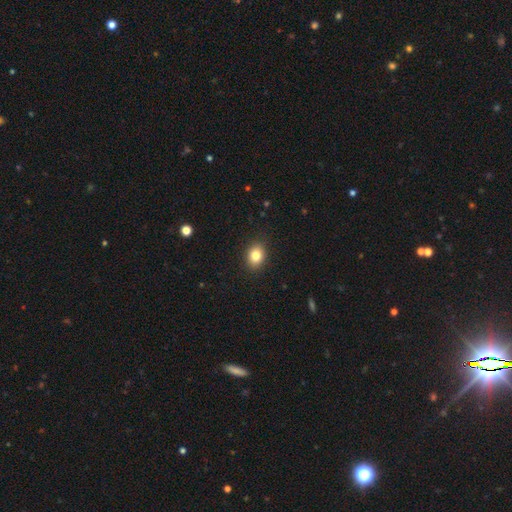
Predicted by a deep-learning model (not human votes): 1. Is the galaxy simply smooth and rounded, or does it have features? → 82% smooth, 10% star or artifact, 8% featured or disk.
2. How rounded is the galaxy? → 57% in between, 42% round, 1% cigar-shaped.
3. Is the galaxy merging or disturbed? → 89% none, 8% minor disturbance, 2% major disturbance, 1% merger.